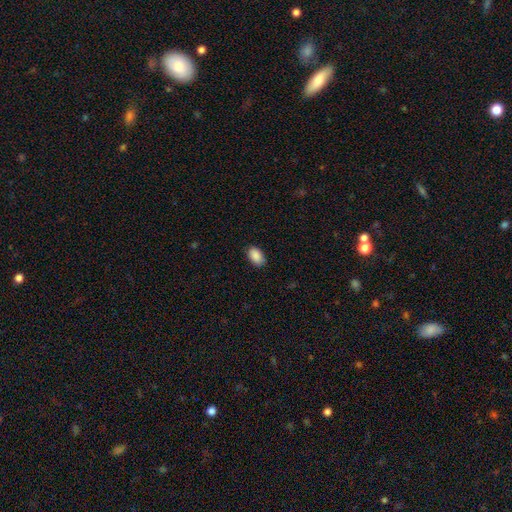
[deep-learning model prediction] smooth_or_featured: smooth (p=0.90) [alt: star or artifact p=0.07]
how_rounded: in between (p=0.91) [alt: round p=0.08]
merging: none (p=0.86) [alt: minor disturbance p=0.11]